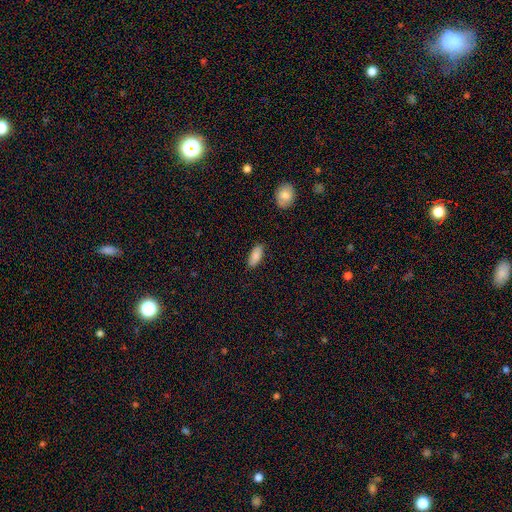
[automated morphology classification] This appears to be a smooth galaxy with no disk features (86%) that is in between round and cigar-shaped (83%). Merging: none (86%).